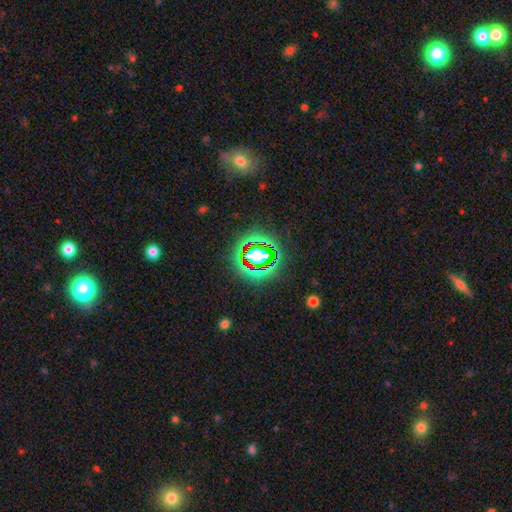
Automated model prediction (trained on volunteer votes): Smooth or featured?
  - star or artifact: 68% *
  - smooth: 19%
  - featured or disk: 12%